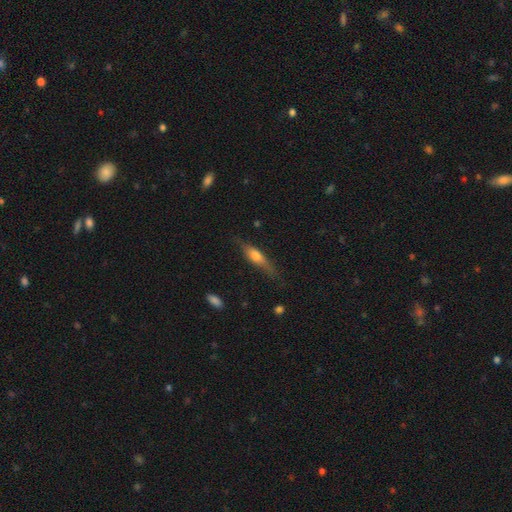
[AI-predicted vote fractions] Morphology: type=smooth (48%); merging=none (71%).